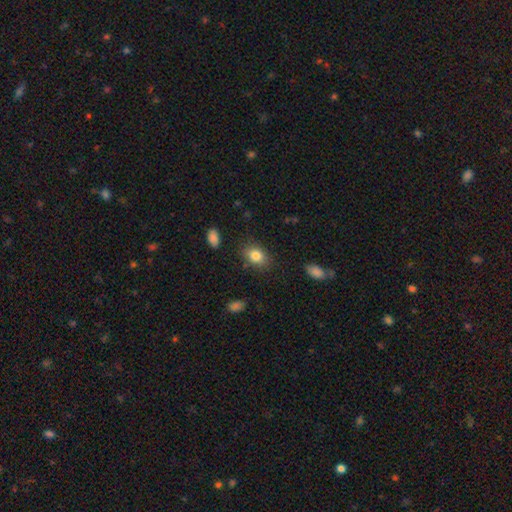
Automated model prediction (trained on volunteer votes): The model was most divided on "how rounded": in between: 73%, round: 25%, cigar-shaped: 1%. More confident: smooth or featured — smooth (83%); merging — none (82%).